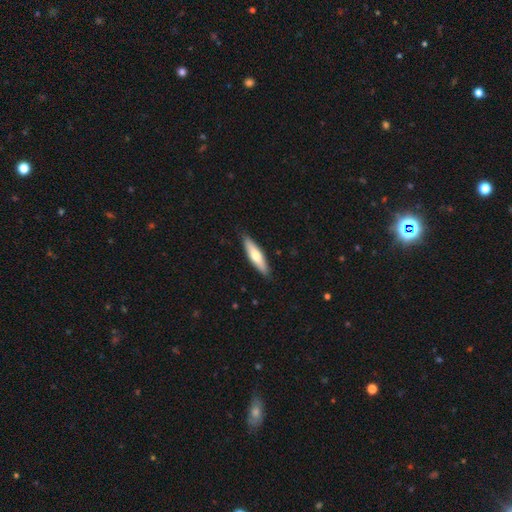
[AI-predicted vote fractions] Smooth or featured? smooth (61%)
How rounded? cigar-shaped (71%)
Merging? none (89%)